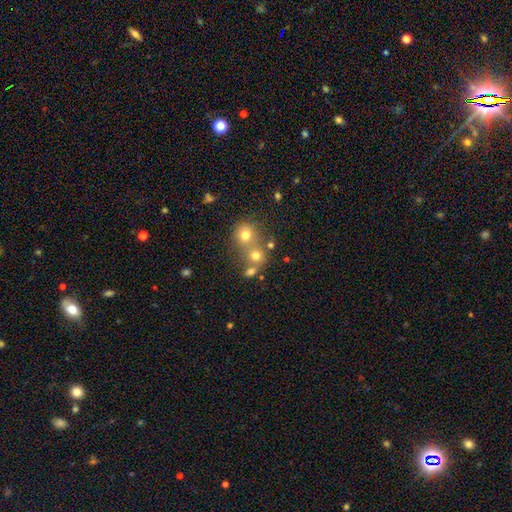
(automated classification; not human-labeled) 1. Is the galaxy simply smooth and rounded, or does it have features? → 70% smooth, 16% star or artifact, 14% featured or disk.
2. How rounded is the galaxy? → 79% round, 20% in between, 1% cigar-shaped.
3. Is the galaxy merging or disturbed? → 48% merger, 41% none, 7% minor disturbance, 4% major disturbance.